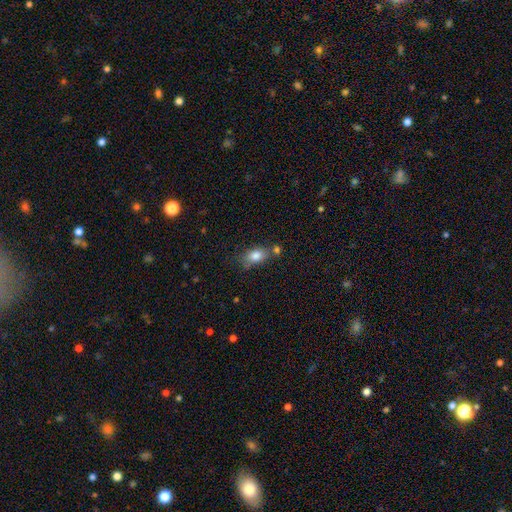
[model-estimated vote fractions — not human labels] A smooth galaxy with no disk features (82%) that is in between round and cigar-shaped (82%). Merging: none (58%).